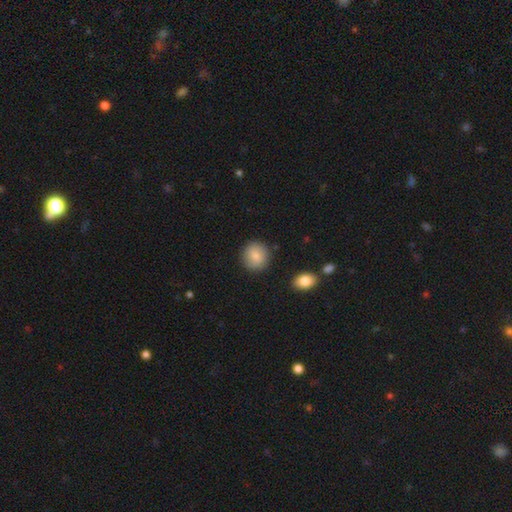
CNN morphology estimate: This appears to be a smooth galaxy with no disk features (82%) that is round (88%). Merging: none (87%).